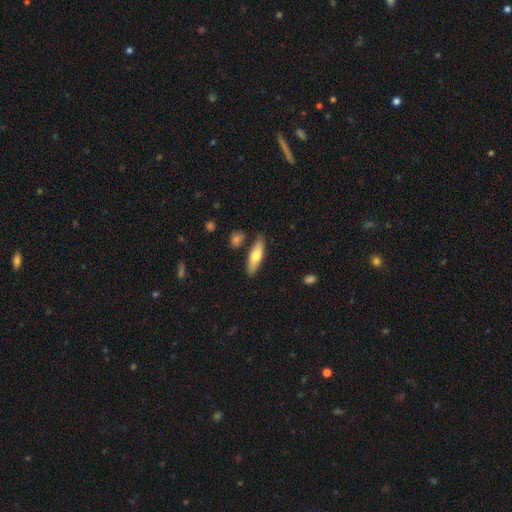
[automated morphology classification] A smooth galaxy with no disk features (69%) that is cigar-shaped (53%).

Vote fractions:
- Smooth or featured? smooth: 69% / featured or disk: 26% / star or artifact: 6%
- How rounded? cigar-shaped: 53% / in between: 45% / round: 2%
- Merging? none: 80% / minor disturbance: 13% / merger: 5% / major disturbance: 3%